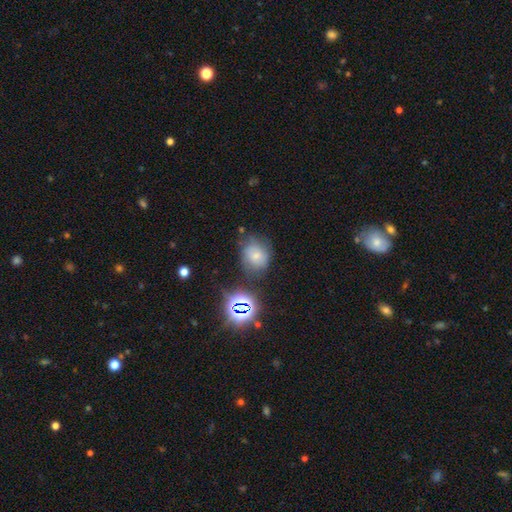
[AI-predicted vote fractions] Smooth or featured: smooth — 58% (featured or disk — 21%)
How rounded: round — 57% (in between — 42%)
Merging: none — 57% (minor disturbance — 26%)